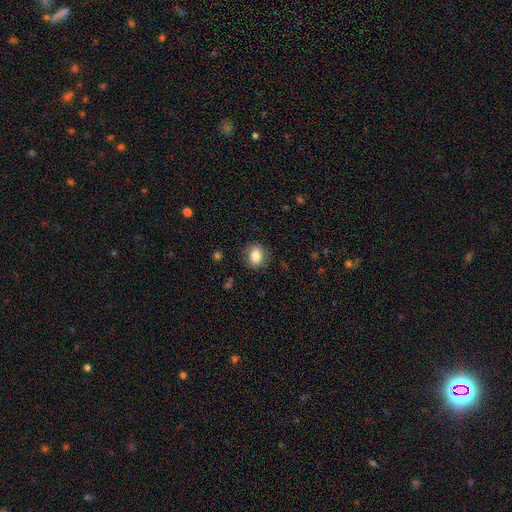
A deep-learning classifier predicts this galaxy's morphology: This is clearly a smooth galaxy (84%). How rounded: possibly in between (55%). Merging: clearly none (84%).